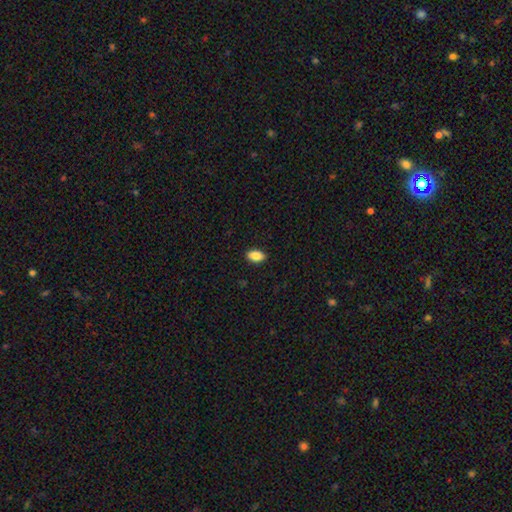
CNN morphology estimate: smooth_or_featured: smooth (p=0.86) [alt: star or artifact p=0.08]
how_rounded: in between (p=0.91) [alt: round p=0.07]
merging: none (p=0.90) [alt: minor disturbance p=0.08]